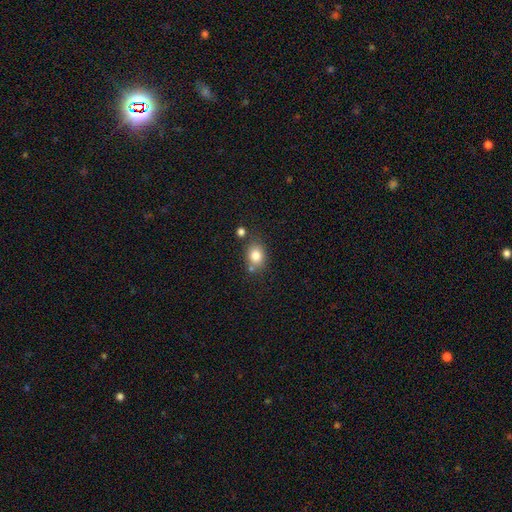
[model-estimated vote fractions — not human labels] Smooth or featured? smooth (82%)
How rounded? in between (51%)
Merging? none (69%)